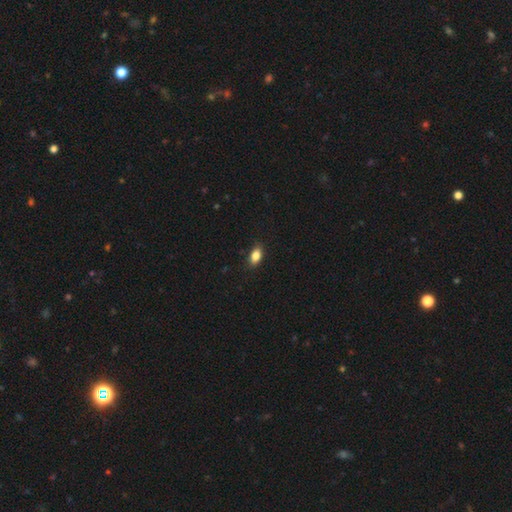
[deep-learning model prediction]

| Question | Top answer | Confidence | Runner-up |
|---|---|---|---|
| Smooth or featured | smooth | 84% | star or artifact (9%) |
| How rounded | in between | 87% | round (8%) |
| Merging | none | 86% | minor disturbance (11%) |